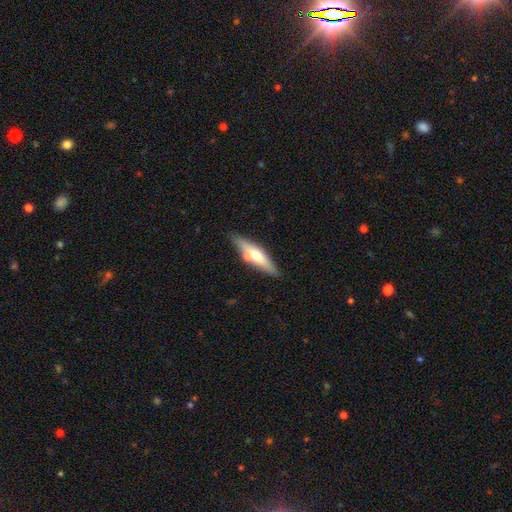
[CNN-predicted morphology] smooth 48%, featured or disk 46%, star or artifact 6%. Down the decision tree: merging — none (73%).